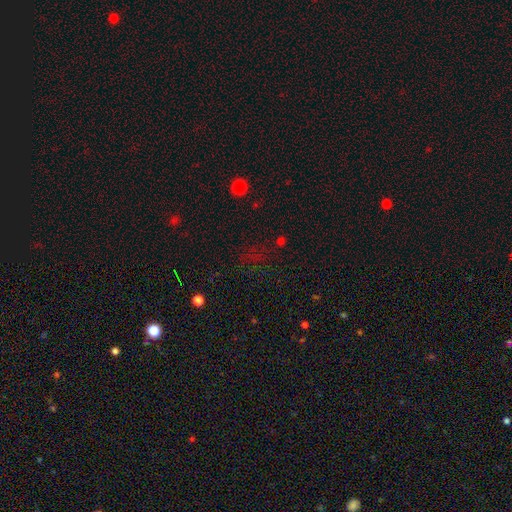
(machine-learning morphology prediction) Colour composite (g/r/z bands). It shows a star or artifact, not a galaxy (58%).